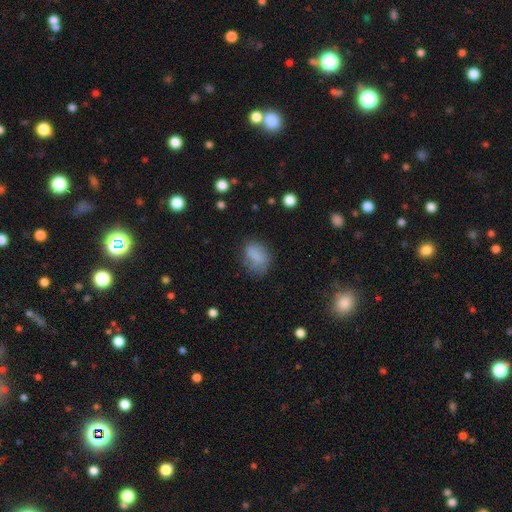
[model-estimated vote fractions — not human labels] smooth_or_featured: smooth (p=0.79) [alt: featured or disk p=0.11]
how_rounded: in between (p=0.71) [alt: round p=0.27]
merging: none (p=0.57) [alt: minor disturbance p=0.28]